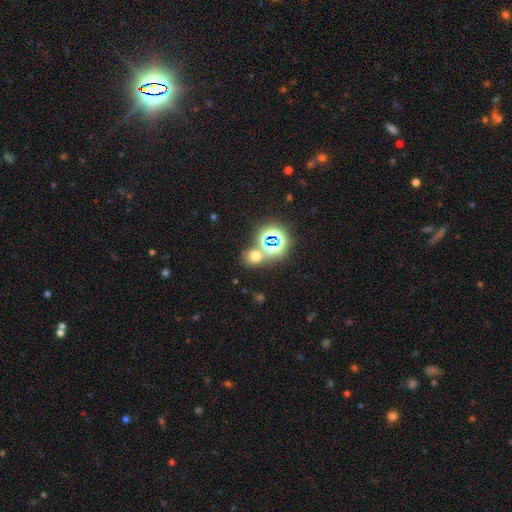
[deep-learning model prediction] Overall: smooth (54%; star or artifact 38%). How rounded: round (70%). Merging: none (67%).